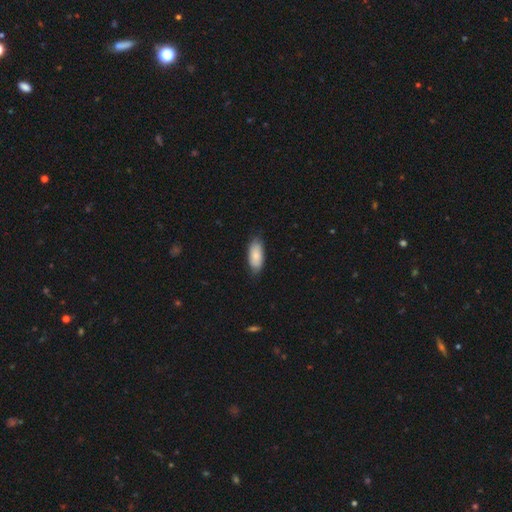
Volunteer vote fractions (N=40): Q: Smooth or featured?
A: smooth (80%); runner-up: featured or disk (18%)
Q: How rounded?
A: in between (88%); runner-up: cigar-shaped (12%)
Q: Merging?
A: none (74%); runner-up: minor disturbance (26%)